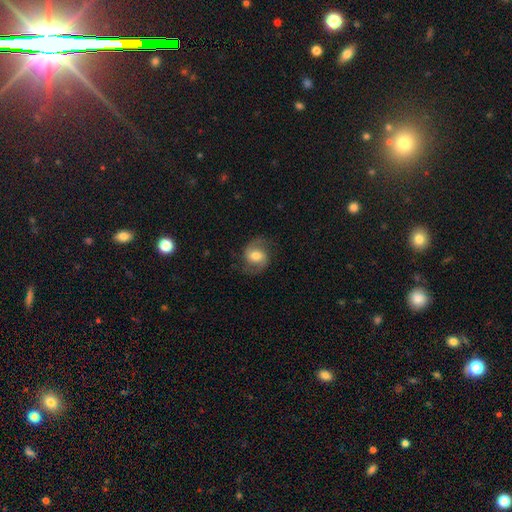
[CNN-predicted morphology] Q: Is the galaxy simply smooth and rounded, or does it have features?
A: featured or disk — 67%.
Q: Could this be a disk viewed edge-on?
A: no — 97%.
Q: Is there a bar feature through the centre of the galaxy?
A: weak — 44%.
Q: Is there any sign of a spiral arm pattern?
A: yes — 92%.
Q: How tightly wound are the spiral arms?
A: medium — 50%.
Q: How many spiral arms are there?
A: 2 — 90%.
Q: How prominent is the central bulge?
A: moderate — 65%.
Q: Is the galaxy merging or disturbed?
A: none — 77%.